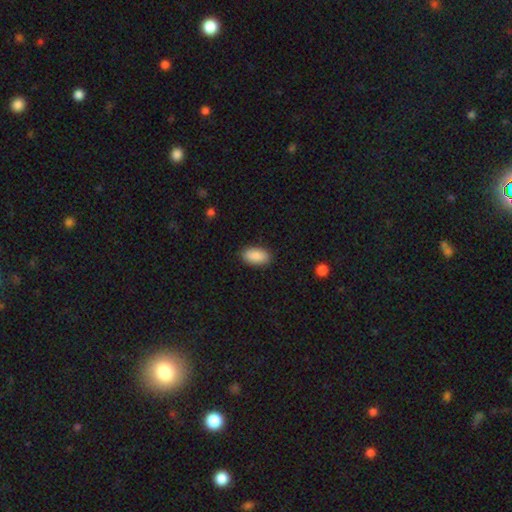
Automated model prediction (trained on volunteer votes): smooth_or_featured: smooth (p=0.90) [alt: star or artifact p=0.06]
how_rounded: in between (p=0.94) [alt: round p=0.03]
merging: none (p=0.88) [alt: minor disturbance p=0.09]